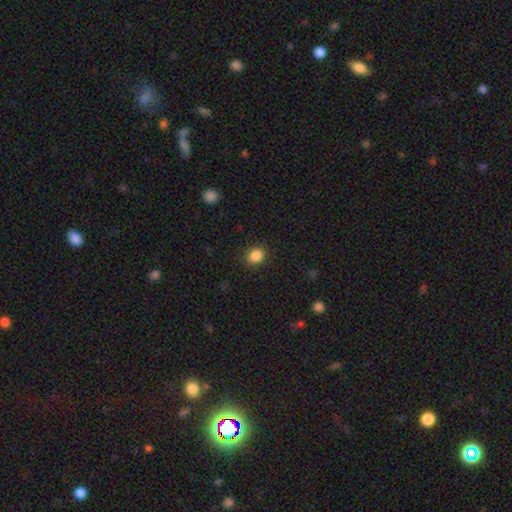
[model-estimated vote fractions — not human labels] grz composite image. It shows a smooth galaxy with no disk features (87%) that is round (64%). Merging: none (88%).